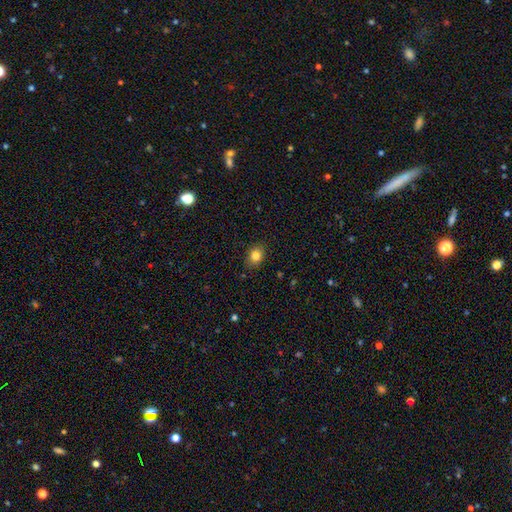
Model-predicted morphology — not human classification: Smooth or featured?
  - smooth: 82% *
  - star or artifact: 10%
  - featured or disk: 7%
How rounded?
  - in between: 54% *
  - round: 44%
  - cigar-shaped: 1%
Merging?
  - none: 86% *
  - minor disturbance: 11%
  - major disturbance: 2%
  - merger: 1%